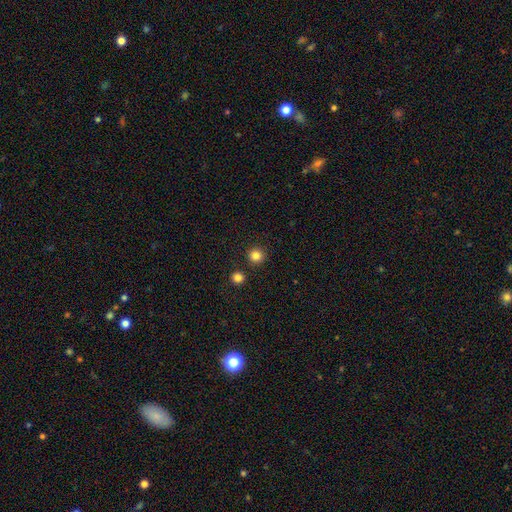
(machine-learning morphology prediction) Smooth or featured? smooth (83%)
How rounded? round (95%)
Merging? none (90%)